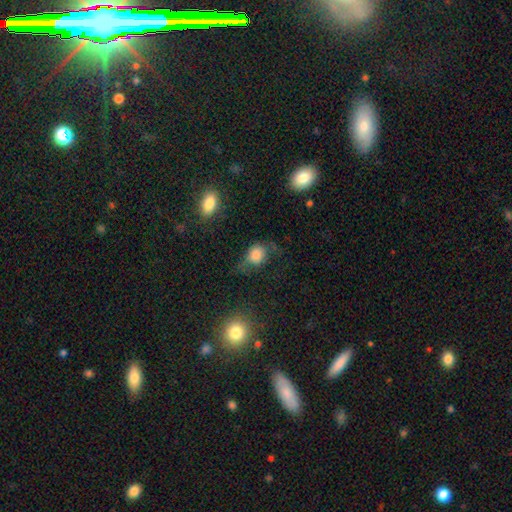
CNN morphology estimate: Q: Smooth or featured?
A: smooth (73%); runner-up: featured or disk (15%)
Q: How rounded?
A: round (55%); runner-up: in between (43%)
Q: Merging?
A: none (39%); runner-up: minor disturbance (30%)